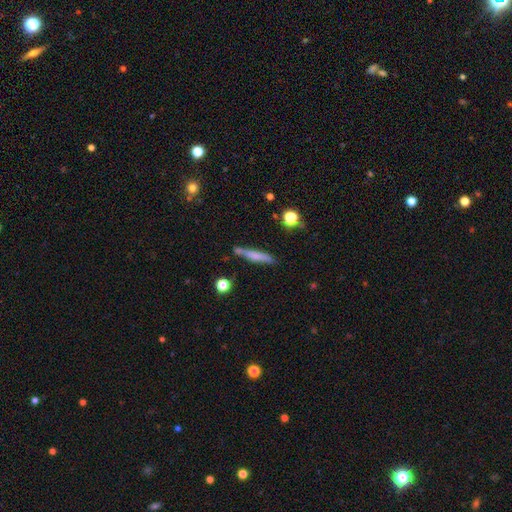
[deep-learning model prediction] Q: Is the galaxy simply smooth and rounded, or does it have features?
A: smooth — 60%.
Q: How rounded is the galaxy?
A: cigar-shaped — 90%.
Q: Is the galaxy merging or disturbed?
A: none — 71%.